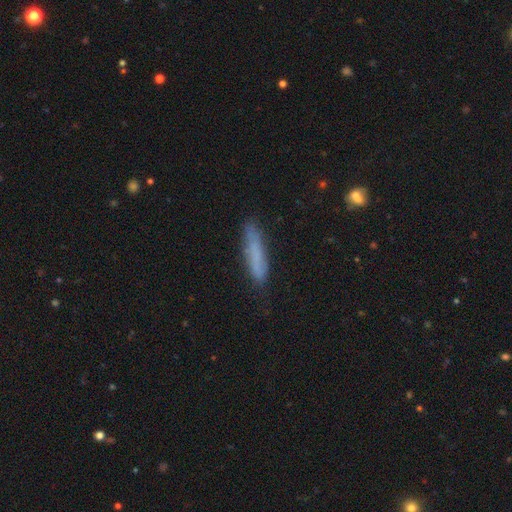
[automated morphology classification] This is likely a smooth galaxy (68%). How rounded: clearly cigar-shaped (87%). Merging: likely none (77%).